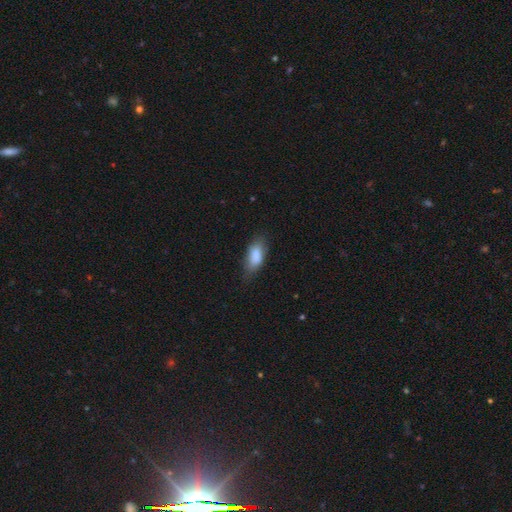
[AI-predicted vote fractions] Q: Smooth or featured?
A: smooth (84%); runner-up: featured or disk (9%)
Q: How rounded?
A: in between (85%); runner-up: cigar-shaped (12%)
Q: Merging?
A: none (67%); runner-up: minor disturbance (25%)